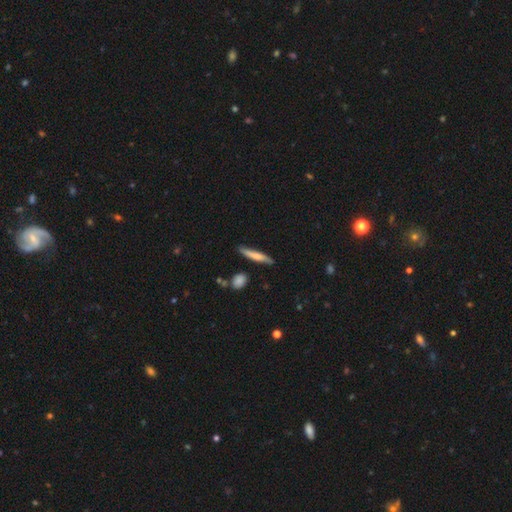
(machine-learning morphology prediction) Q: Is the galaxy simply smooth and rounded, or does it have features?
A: smooth — 64%.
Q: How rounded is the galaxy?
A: cigar-shaped — 90%.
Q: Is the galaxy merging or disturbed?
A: none — 78%.